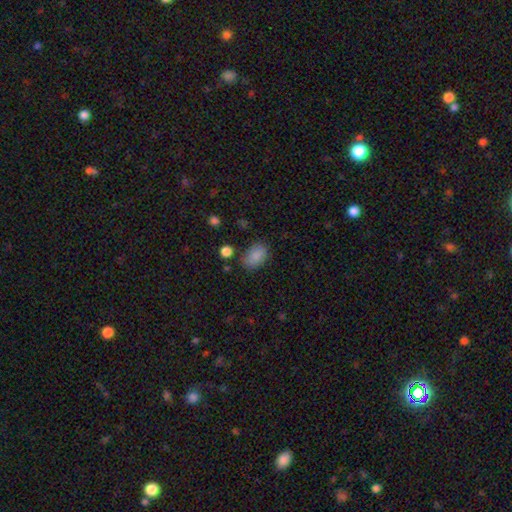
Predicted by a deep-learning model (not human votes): A smooth galaxy with no disk features (87%) that is in between round and cigar-shaped (86%). Merging: none (75%).